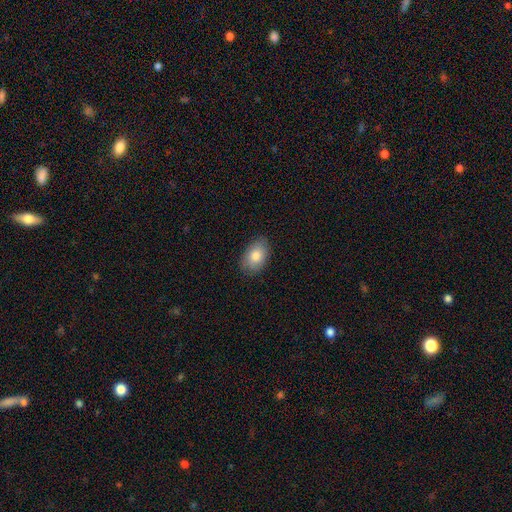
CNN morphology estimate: Overall: smooth (82%). How rounded: in between (89%). Merging: none (85%).